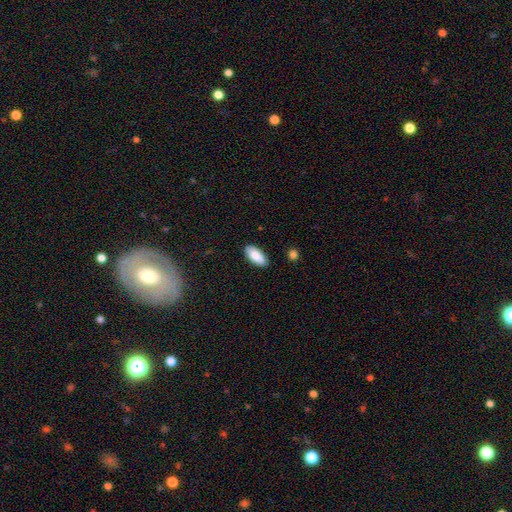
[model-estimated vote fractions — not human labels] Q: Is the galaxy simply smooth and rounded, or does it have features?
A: smooth — 86%.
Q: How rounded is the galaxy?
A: in between — 86%.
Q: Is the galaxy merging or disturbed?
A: none — 88%.